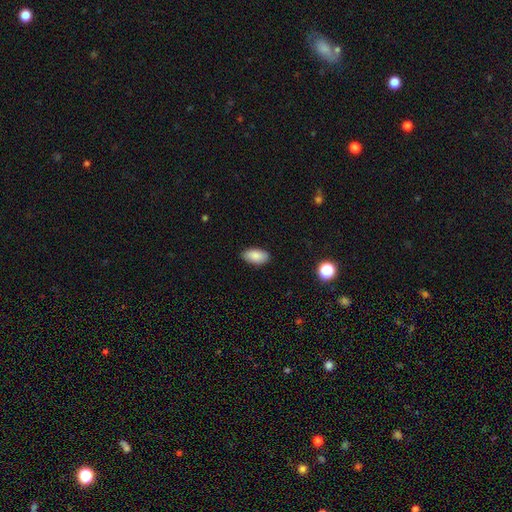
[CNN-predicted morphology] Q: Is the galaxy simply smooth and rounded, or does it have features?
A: smooth — 87%.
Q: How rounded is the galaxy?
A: in between — 94%.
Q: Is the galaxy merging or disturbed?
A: none — 86%.